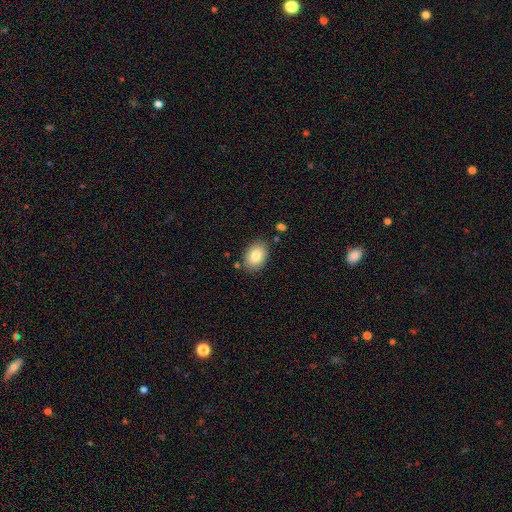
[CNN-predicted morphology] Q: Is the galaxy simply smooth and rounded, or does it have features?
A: smooth — 84%.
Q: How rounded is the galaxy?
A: in between — 83%.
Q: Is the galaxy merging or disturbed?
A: none — 83%.